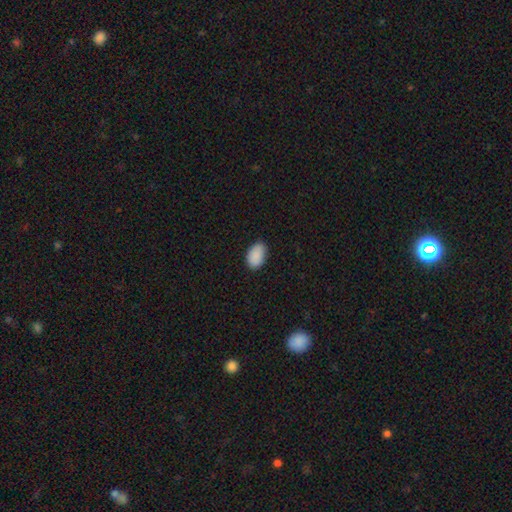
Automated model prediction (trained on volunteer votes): Q: Smooth or featured?
A: smooth (90%); runner-up: star or artifact (7%)
Q: How rounded?
A: in between (91%); runner-up: round (7%)
Q: Merging?
A: none (83%); runner-up: minor disturbance (13%)